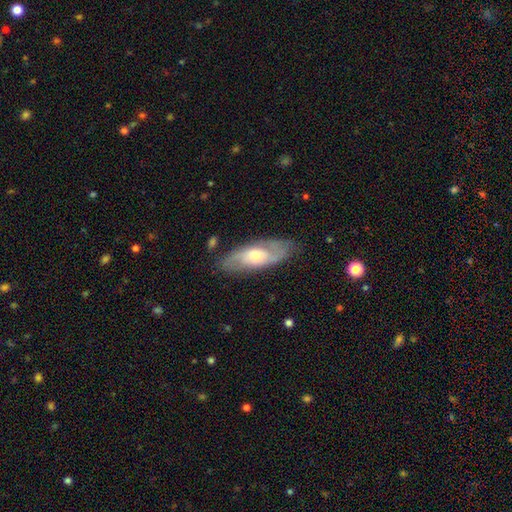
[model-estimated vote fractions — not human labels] Smooth or featured? Predicted: featured or disk (p=0.67). Edge-on disk? Predicted: no (p=0.82). Bar? Predicted: no (p=0.61). Spiral arms? Predicted: yes (p=0.82). Bulge size? Predicted: moderate (p=0.61). Merging? Predicted: none (p=0.80).